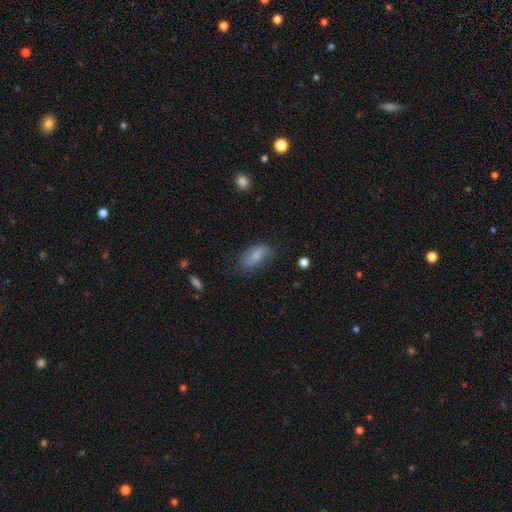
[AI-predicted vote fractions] Q: Smooth or featured?
A: smooth (78%); runner-up: featured or disk (15%)
Q: How rounded?
A: in between (85%); runner-up: cigar-shaped (12%)
Q: Merging?
A: none (67%); runner-up: minor disturbance (24%)